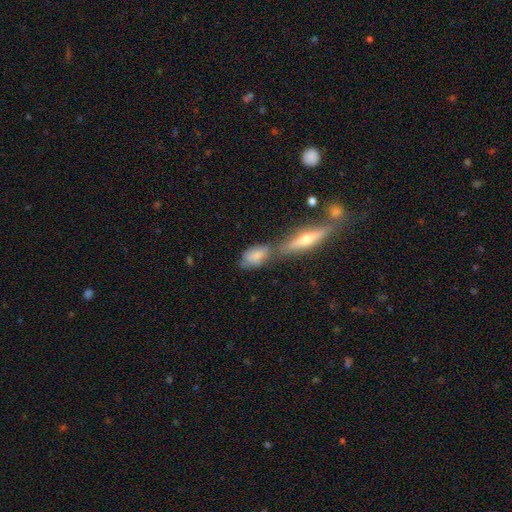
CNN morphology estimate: This appears to be a smooth galaxy with no disk features (68%) that is in between round and cigar-shaped (81%). Merging: merger (39%).